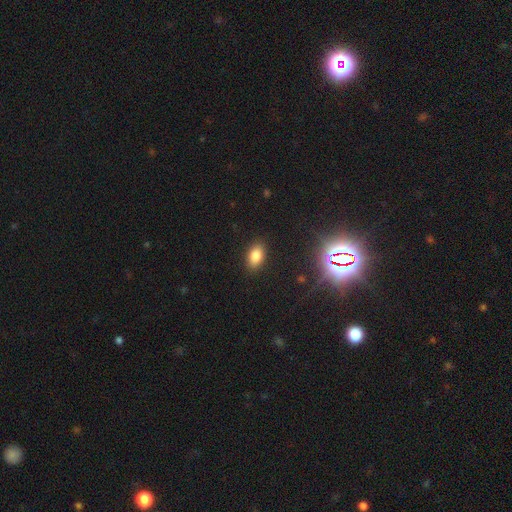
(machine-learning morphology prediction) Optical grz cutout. It shows a smooth galaxy with no disk features (82%) that is in between round and cigar-shaped (90%). Merging: none (88%).